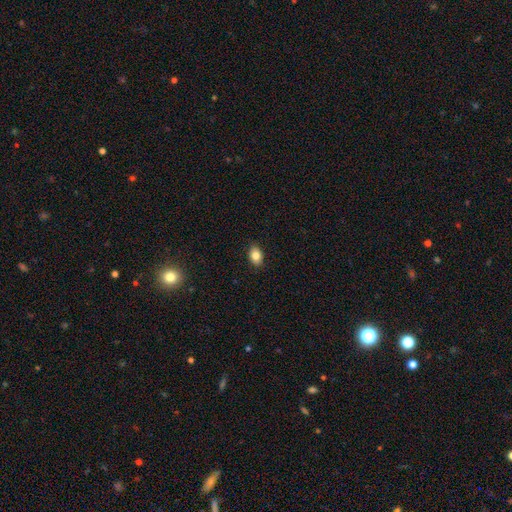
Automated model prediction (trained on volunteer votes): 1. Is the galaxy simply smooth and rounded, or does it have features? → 82% smooth, 9% star or artifact, 9% featured or disk.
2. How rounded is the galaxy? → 78% in between, 21% round, 1% cigar-shaped.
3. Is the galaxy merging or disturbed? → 88% none, 9% minor disturbance, 2% major disturbance, 1% merger.